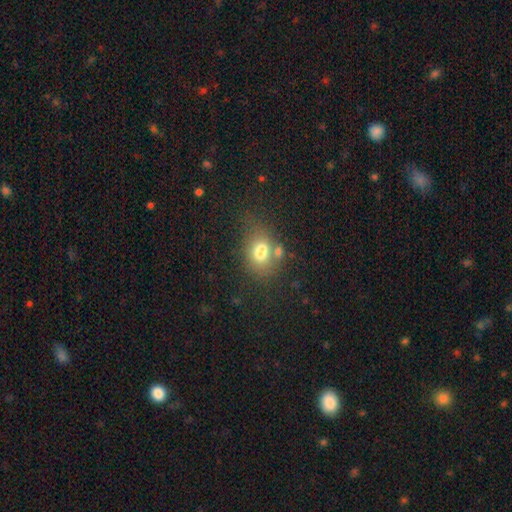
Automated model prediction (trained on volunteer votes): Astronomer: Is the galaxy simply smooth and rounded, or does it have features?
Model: smooth — 73%.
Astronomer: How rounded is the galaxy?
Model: in between — 63%.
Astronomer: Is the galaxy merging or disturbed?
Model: none — 49%.